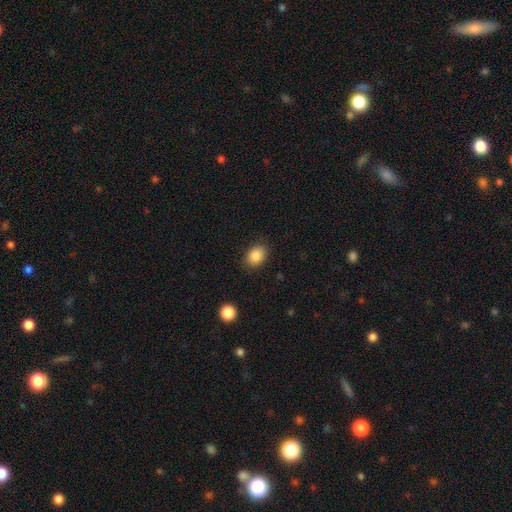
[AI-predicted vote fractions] Smooth or featured? Predicted: smooth (p=0.87). How rounded? Predicted: in between (p=0.70). Merging? Predicted: none (p=0.85).